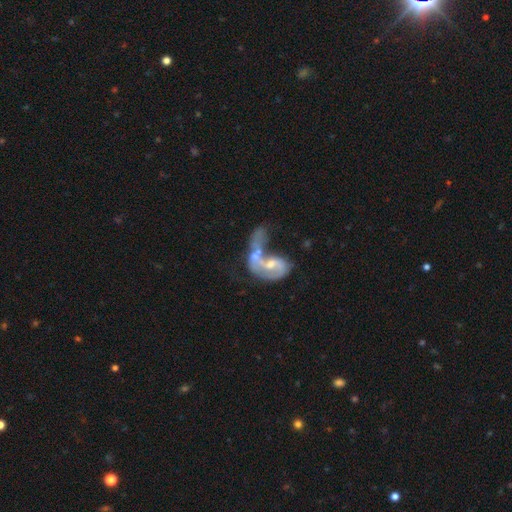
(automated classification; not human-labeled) featured or disk 72%, smooth 21%, star or artifact 7%. Down the decision tree: edge-on disk — no (96%); bar — no (55%); spiral arms — yes (70%); bulge size — moderate (51%); merging — merger (64%).